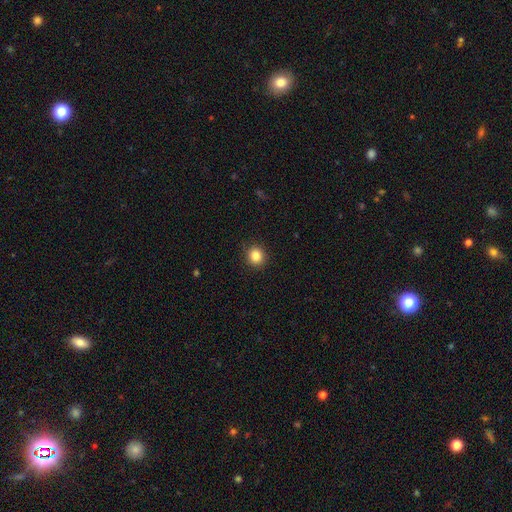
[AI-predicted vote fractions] Smooth or featured? Predicted: smooth (p=0.85). How rounded? Predicted: round (p=0.89). Merging? Predicted: none (p=0.91).